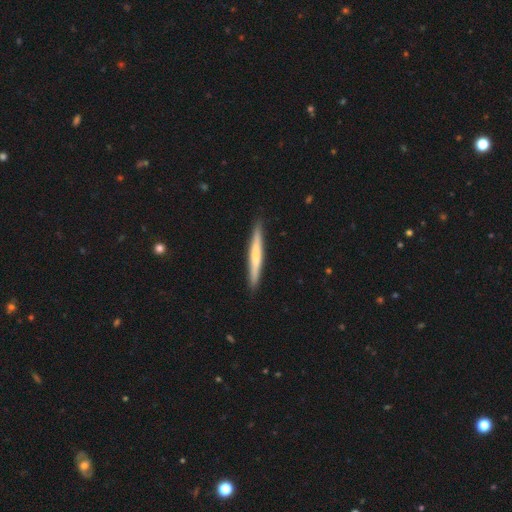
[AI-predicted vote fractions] A smooth galaxy with no disk features (54%) that is cigar-shaped (96%). Merging: none (90%).